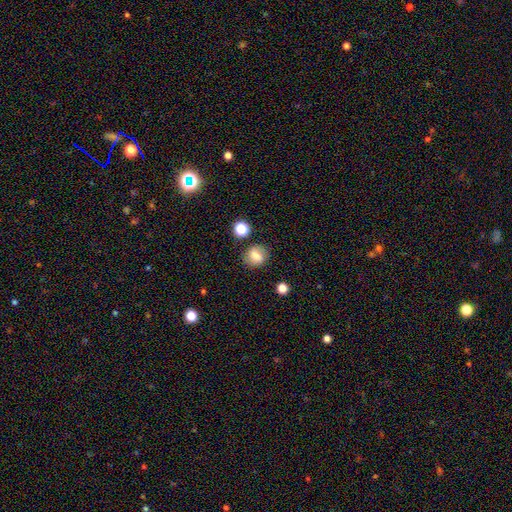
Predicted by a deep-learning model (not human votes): Smooth or featured: smooth — 65% (featured or disk — 23%)
How rounded: round — 65% (in between — 33%)
Merging: none — 76% (minor disturbance — 15%)